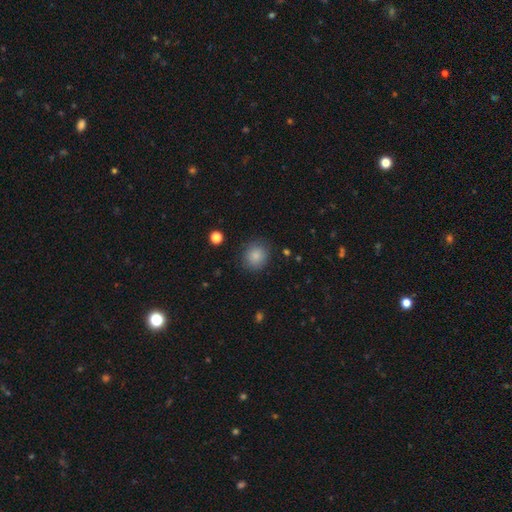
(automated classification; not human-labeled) The model was most divided on "how rounded": round: 83%, in between: 16%, cigar-shaped: 1%. More confident: smooth or featured — smooth (85%); merging — none (84%).